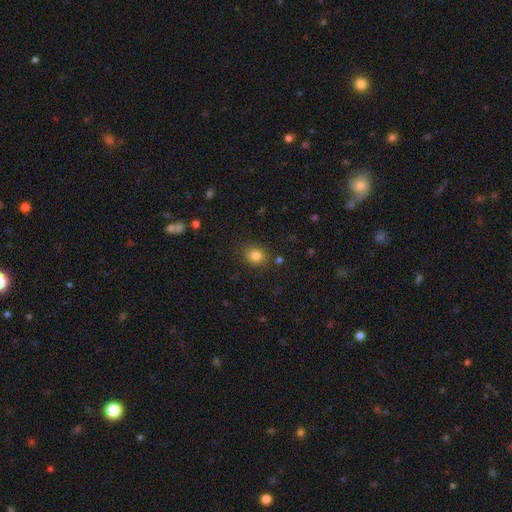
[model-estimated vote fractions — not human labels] smooth 81%, star or artifact 12%, featured or disk 7%. Down the decision tree: how rounded — round (66%); merging — none (83%).